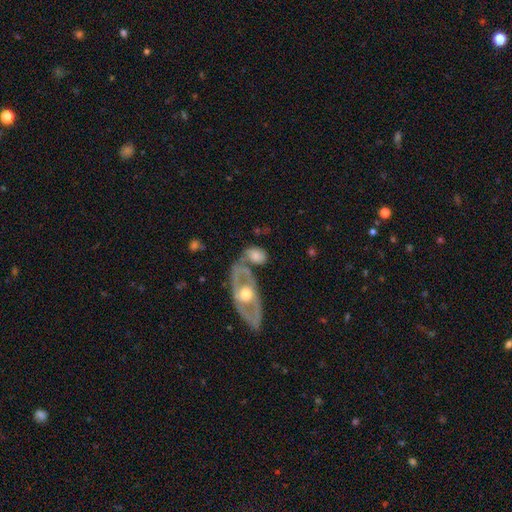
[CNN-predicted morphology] This is possibly a featured or disk galaxy (47%, tied with smooth). Merging: marginally none (44%).